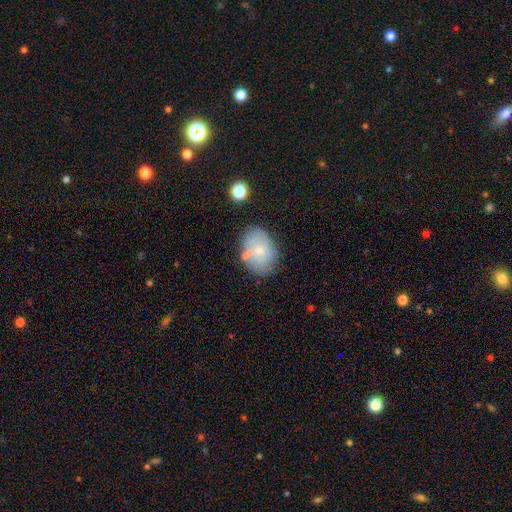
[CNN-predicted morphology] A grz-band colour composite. It shows a smooth galaxy with no disk features (62%) that is in between round and cigar-shaped (77%). Merging: none (66%).